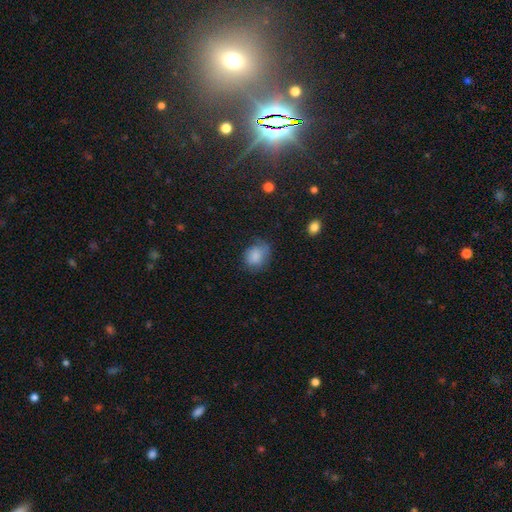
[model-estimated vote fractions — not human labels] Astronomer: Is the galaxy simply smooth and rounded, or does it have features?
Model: smooth — 82%.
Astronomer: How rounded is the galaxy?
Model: in between — 51% (runner-up: round, 48%).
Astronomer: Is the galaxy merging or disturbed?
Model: none — 59%.